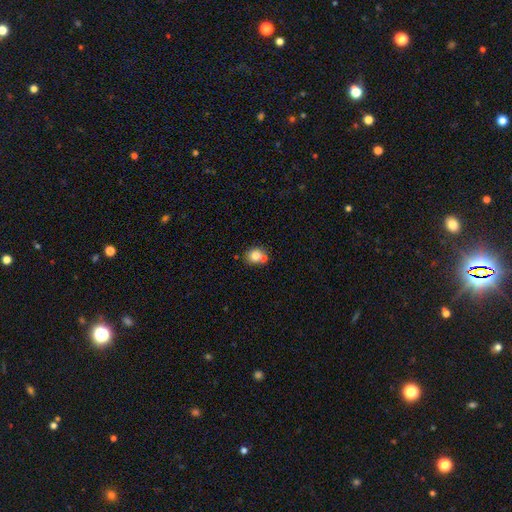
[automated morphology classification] Smooth or featured?
  - smooth: 79% *
  - featured or disk: 11%
  - star or artifact: 10%
How rounded?
  - round: 80% *
  - in between: 19%
  - cigar-shaped: 1%
Merging?
  - none: 55% *
  - merger: 32%
  - minor disturbance: 10%
  - major disturbance: 3%